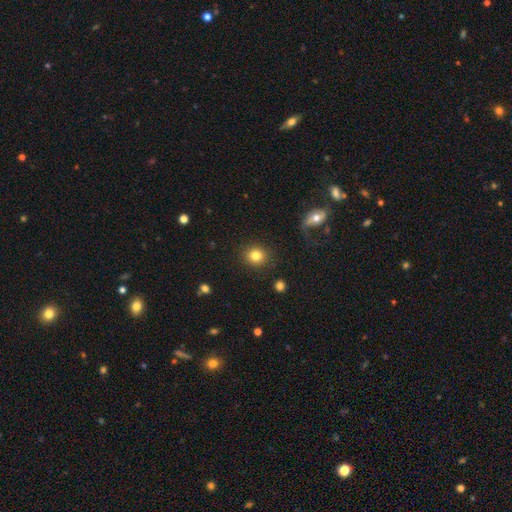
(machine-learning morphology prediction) Q: Smooth or featured?
A: smooth (82%); runner-up: star or artifact (10%)
Q: How rounded?
A: round (84%); runner-up: in between (15%)
Q: Merging?
A: none (89%); runner-up: minor disturbance (6%)